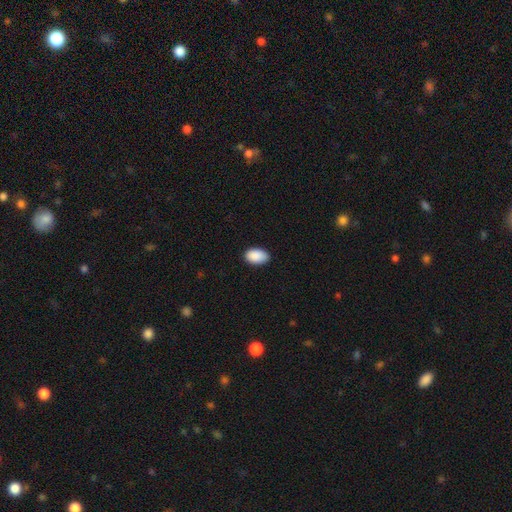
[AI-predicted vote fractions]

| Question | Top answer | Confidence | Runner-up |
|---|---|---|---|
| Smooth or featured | smooth | 91% | star or artifact (7%) |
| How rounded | in between | 92% | round (6%) |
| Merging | none | 85% | minor disturbance (12%) |